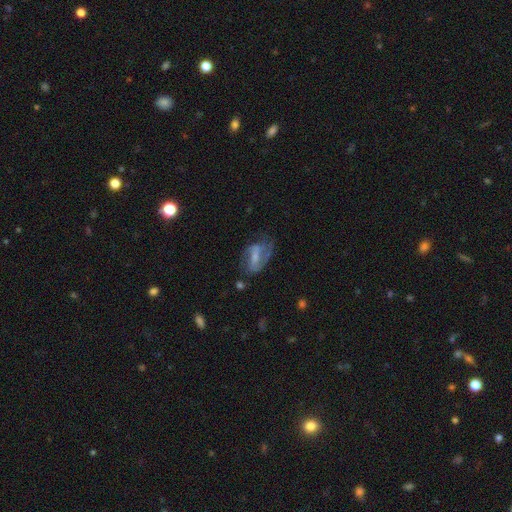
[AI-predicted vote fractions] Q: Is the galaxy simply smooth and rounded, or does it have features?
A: featured or disk — 75%.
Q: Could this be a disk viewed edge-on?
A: no — 95%.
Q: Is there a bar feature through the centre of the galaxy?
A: strong — 41%, tied with weak.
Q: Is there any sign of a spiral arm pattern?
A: yes — 88%.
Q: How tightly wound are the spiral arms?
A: medium — 47%.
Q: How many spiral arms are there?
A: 2 — 75%.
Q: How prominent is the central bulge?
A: small — 46%.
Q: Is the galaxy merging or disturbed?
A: none — 54%.